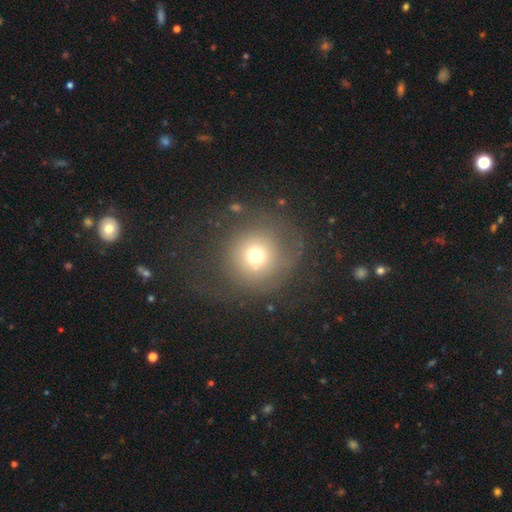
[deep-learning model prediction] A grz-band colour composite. It shows a smooth galaxy with no disk features (66%) that is round (94%). Merging: none (65%).